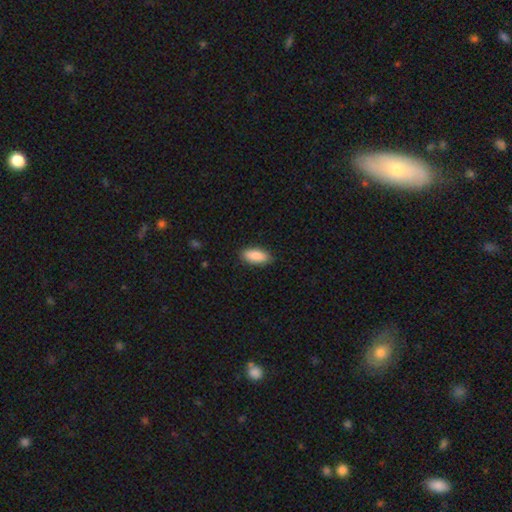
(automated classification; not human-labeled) Smooth or featured: smooth — 89% (star or artifact — 6%)
How rounded: in between — 86% (cigar-shaped — 13%)
Merging: none — 87% (minor disturbance — 10%)